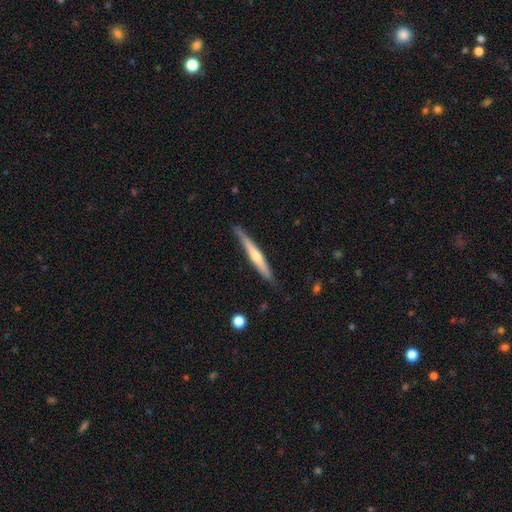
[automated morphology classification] This is likely a featured or disk galaxy (61%). It is clearly viewed edge-on (96%). Edge-on bulge: likely rounded (73%). Merging: clearly none (85%).